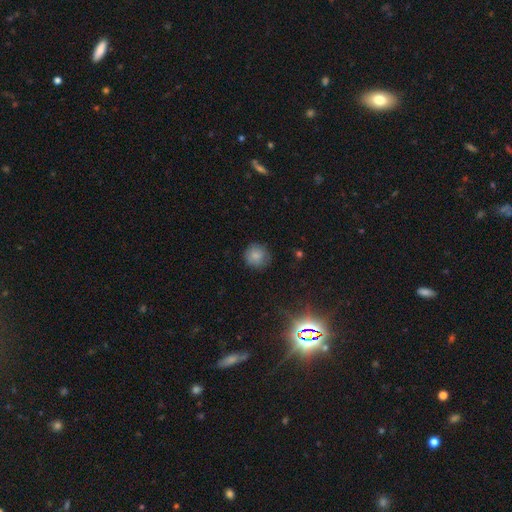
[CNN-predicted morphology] Smooth or featured: smooth — 82% (star or artifact — 10%)
How rounded: round — 93% (in between — 6%)
Merging: none — 81% (minor disturbance — 15%)